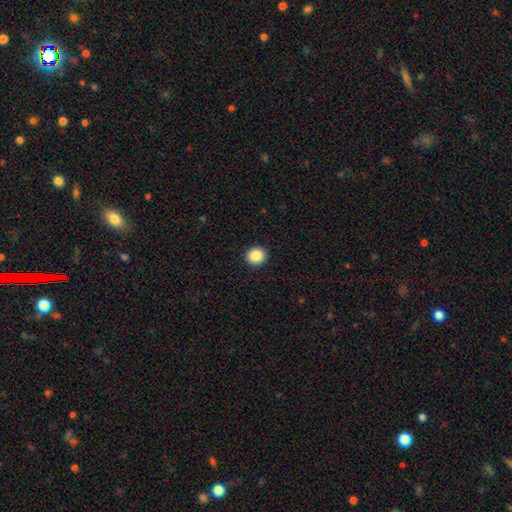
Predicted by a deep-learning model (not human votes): This appears to be a smooth galaxy with no disk features (88%) that is round (90%). Merging: none (92%).